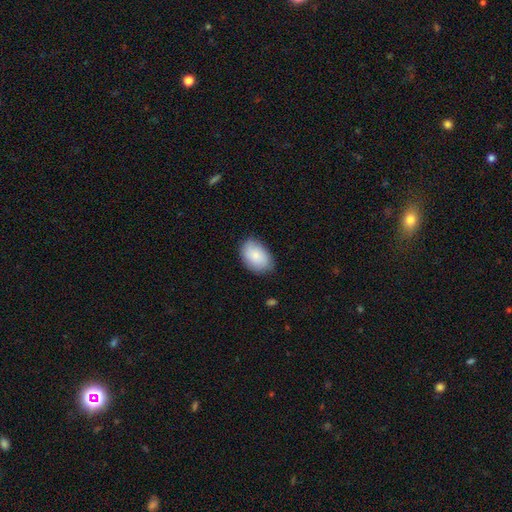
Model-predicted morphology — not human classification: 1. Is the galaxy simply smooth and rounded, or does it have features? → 82% smooth, 12% featured or disk, 6% star or artifact.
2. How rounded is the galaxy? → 89% in between, 10% round, 1% cigar-shaped.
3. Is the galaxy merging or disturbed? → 76% none, 19% minor disturbance, 3% major disturbance, 1% merger.